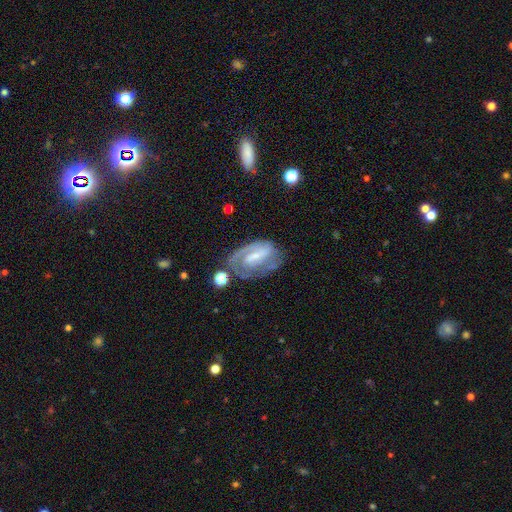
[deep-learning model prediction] Overall: featured or disk (79%). Edge-on disk: no (96%). Bar: weak (45%; strong 35%). Spiral arms: yes (89%). Spiral arm count: 2 (56%; 1 20%). Spiral winding: tight (45%; medium 41%). Bulge size: small (58%; moderate 26%). Merging: none (60%; minor disturbance 22%).